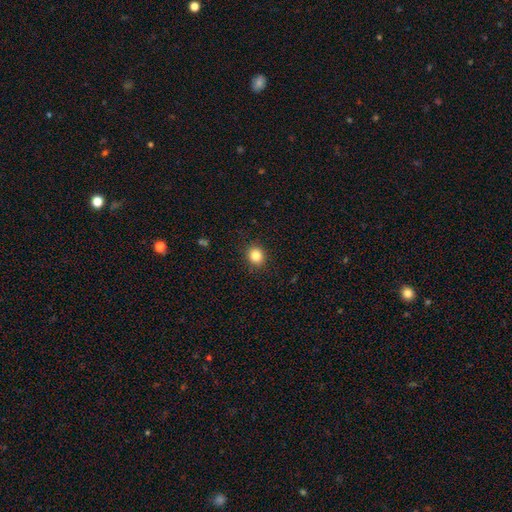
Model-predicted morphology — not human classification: Smooth or featured: smooth — 84% (star or artifact — 11%)
How rounded: round — 75% (in between — 24%)
Merging: none — 90% (minor disturbance — 7%)